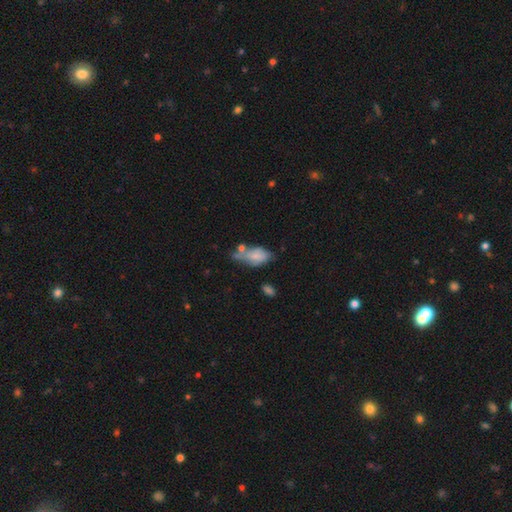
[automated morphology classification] A smooth galaxy with no disk features (67%) that is in between round and cigar-shaped (90%). Merging: none (33%).